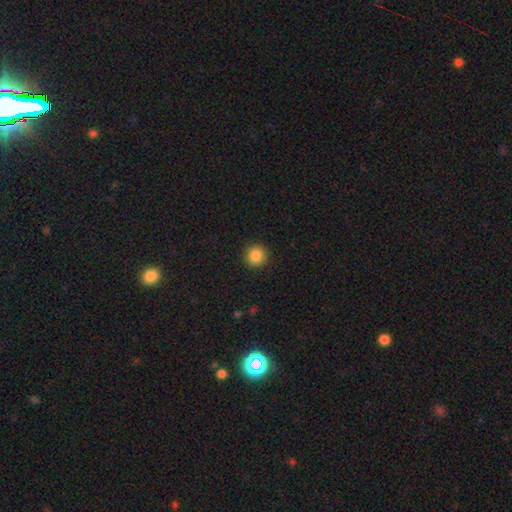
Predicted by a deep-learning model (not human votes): smooth_or_featured: smooth (p=0.86) [alt: star or artifact p=0.10]
how_rounded: round (p=0.95) [alt: in between p=0.04]
merging: none (p=0.93) [alt: minor disturbance p=0.05]